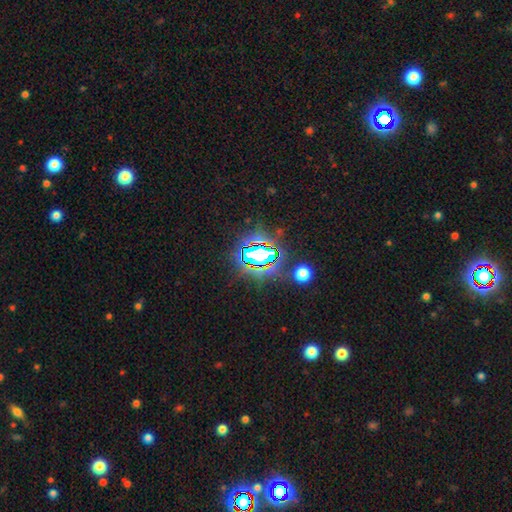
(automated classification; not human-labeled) smooth-or-featured: star or artifact: 74% | smooth: 15% | featured or disk: 11%